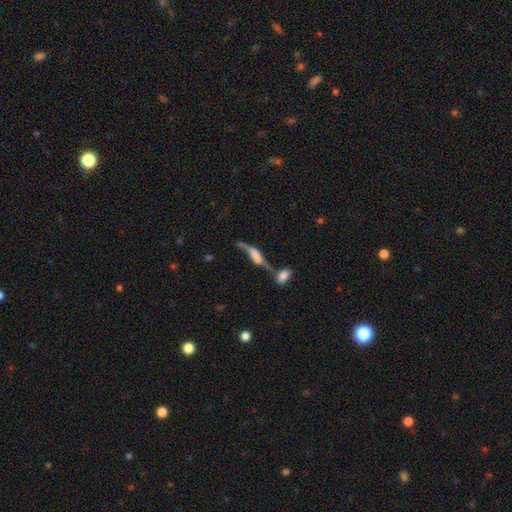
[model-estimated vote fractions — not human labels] smooth-or-featured: featured or disk: 57% | smooth: 33% | star or artifact: 10%
  disk-edge-on: no: 51% | yes: 49%
  merging: merger: 46% | none: 25% | major disturbance: 16% | minor disturbance: 13%